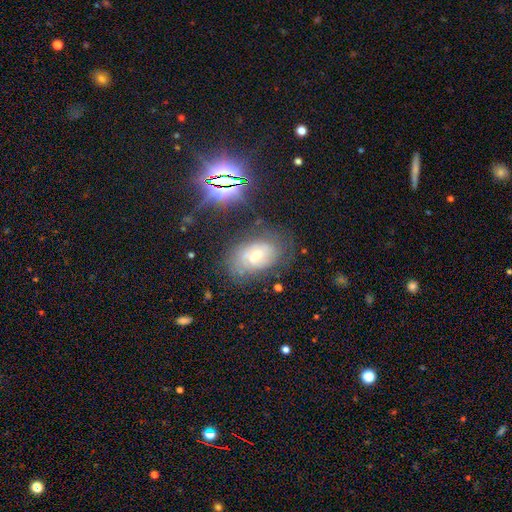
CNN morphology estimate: smooth-or-featured: featured or disk: 60% | smooth: 26% | star or artifact: 13%
  disk-edge-on: no: 94% | yes: 6%
    bar: weak: 46% | no: 45% | strong: 9%
    has-spiral-arms: yes: 83% | no: 17%
    bulge-size: moderate: 48% | small: 44% | large: 4% | none: 3% | dominant: 1%
  merging: none: 65% | minor disturbance: 22% | major disturbance: 11% | merger: 3%